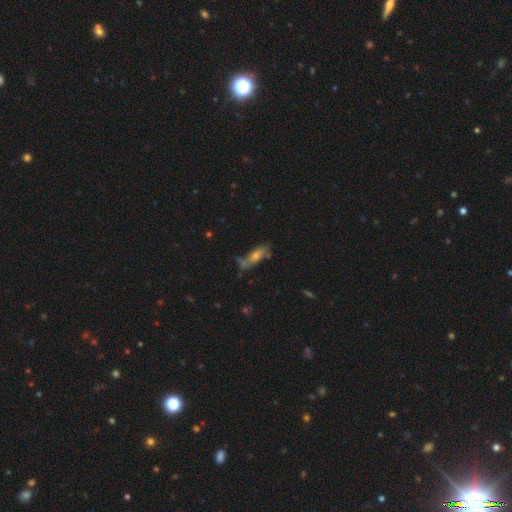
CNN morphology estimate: Overall: smooth (48%; featured or disk 40%). Merging: none (51%; minor disturbance 26%).